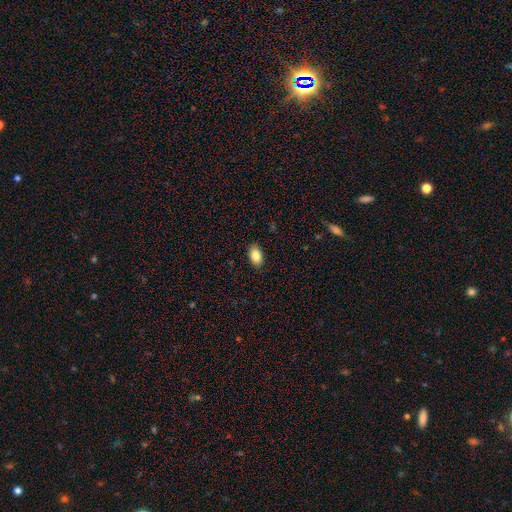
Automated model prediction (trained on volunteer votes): smooth-or-featured: smooth: 86% | star or artifact: 8% | featured or disk: 7%
  how-rounded: in between: 90% | round: 8% | cigar-shaped: 1%
  merging: none: 89% | minor disturbance: 8% | major disturbance: 2% | merger: 1%